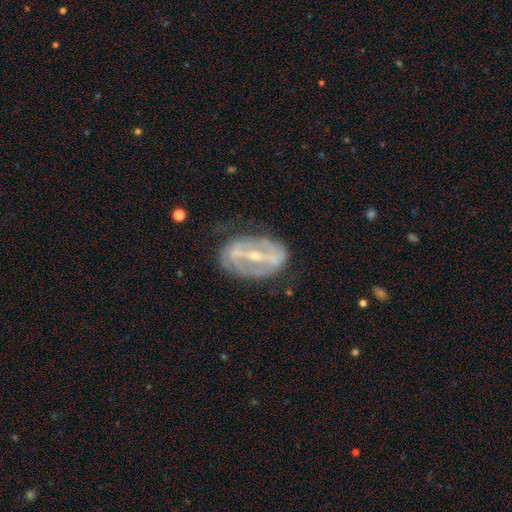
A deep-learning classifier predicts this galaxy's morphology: smooth-or-featured: featured or disk: 84% | smooth: 10% | star or artifact: 6%
  disk-edge-on: no: 91% | yes: 9%
    bar: strong: 78% | weak: 16% | no: 6%
    has-spiral-arms: yes: 61% | no: 39%
    bulge-size: small: 63% | moderate: 34% | none: 1% | large: 1% | dominant: 1%
  merging: none: 69% | minor disturbance: 19% | major disturbance: 10% | merger: 2%